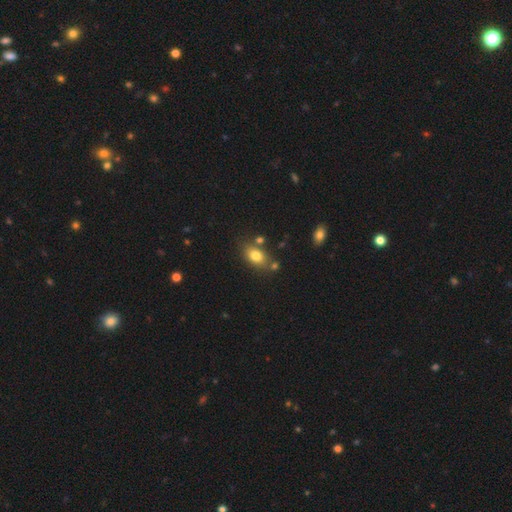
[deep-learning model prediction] A smooth galaxy with no disk features (79%) that is in between round and cigar-shaped (81%). Merging: none (70%).